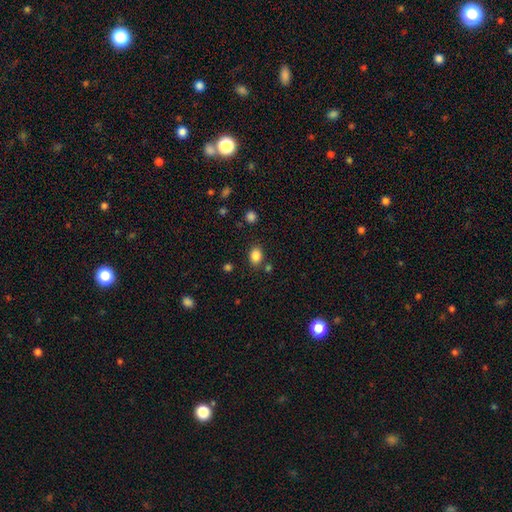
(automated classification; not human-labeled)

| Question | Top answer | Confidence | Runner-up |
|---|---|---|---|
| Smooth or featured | smooth | 85% | star or artifact (10%) |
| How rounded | in between | 67% | round (32%) |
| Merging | none | 81% | minor disturbance (11%) |